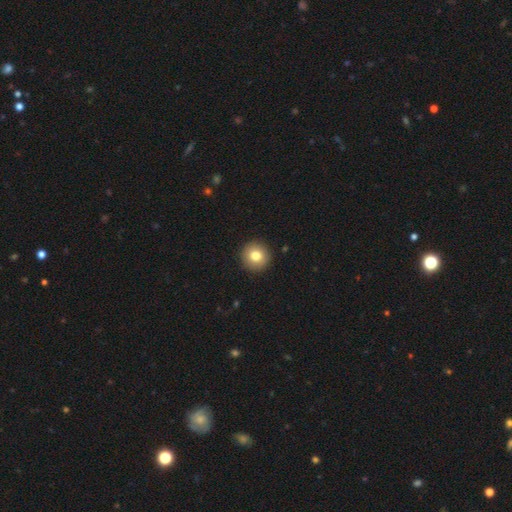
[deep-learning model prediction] smooth-or-featured: smooth: 79% | featured or disk: 11% | star or artifact: 10%
  how-rounded: round: 95% | in between: 4% | cigar-shaped: 1%
  merging: none: 93% | minor disturbance: 5% | major disturbance: 2% | merger: 1%